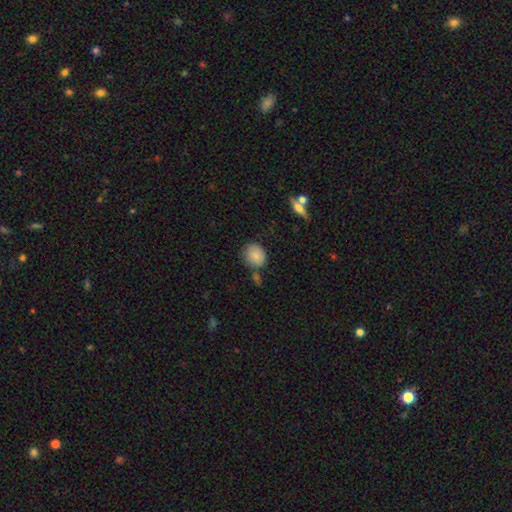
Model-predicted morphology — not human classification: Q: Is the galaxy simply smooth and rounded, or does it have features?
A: smooth — 84%.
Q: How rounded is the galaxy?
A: round — 75%.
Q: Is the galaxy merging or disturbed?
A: none — 71%.